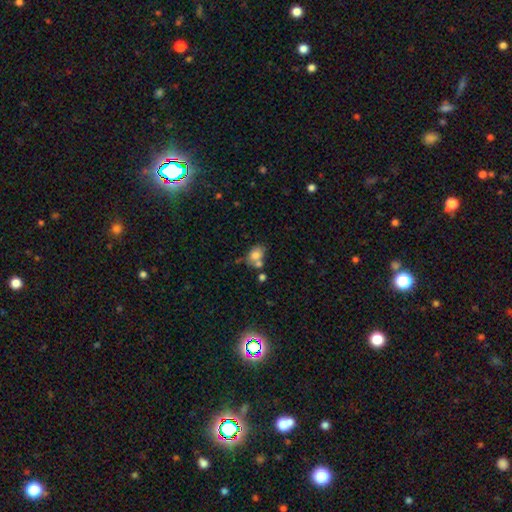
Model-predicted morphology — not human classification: This appears to be a smooth galaxy with no disk features (76%) that is in between round and cigar-shaped (72%). Merging: none (43%).